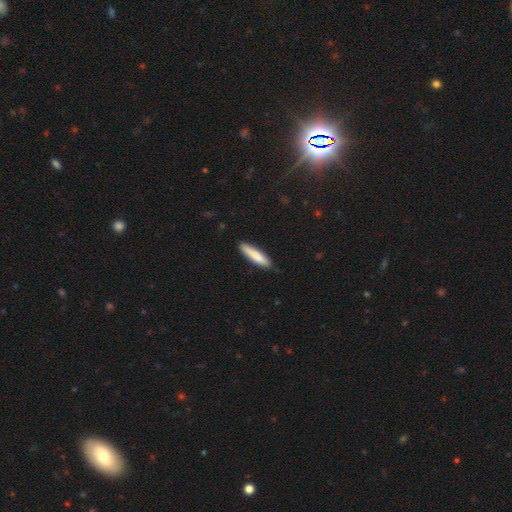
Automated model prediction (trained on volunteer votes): Morphology: type=smooth (82%); roundness=cigar-shaped (82%); merging=none (86%).